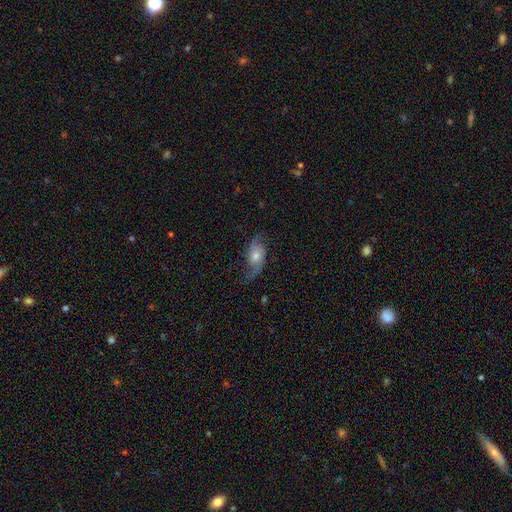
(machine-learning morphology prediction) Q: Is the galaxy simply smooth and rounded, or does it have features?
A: featured or disk — 73%.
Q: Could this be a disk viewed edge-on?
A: no — 92%.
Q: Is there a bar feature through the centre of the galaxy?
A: no — 70%.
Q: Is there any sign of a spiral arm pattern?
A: yes — 92%.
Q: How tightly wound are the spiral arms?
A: loose — 57%.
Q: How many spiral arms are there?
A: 2 — 87%.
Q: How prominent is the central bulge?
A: moderate — 58%.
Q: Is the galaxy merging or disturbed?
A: none — 70%.